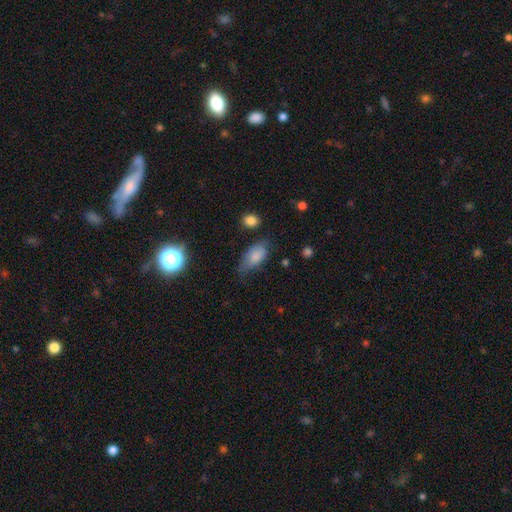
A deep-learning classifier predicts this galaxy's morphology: type=smooth (82%); roundness=in between (90%); merging=none (51%).